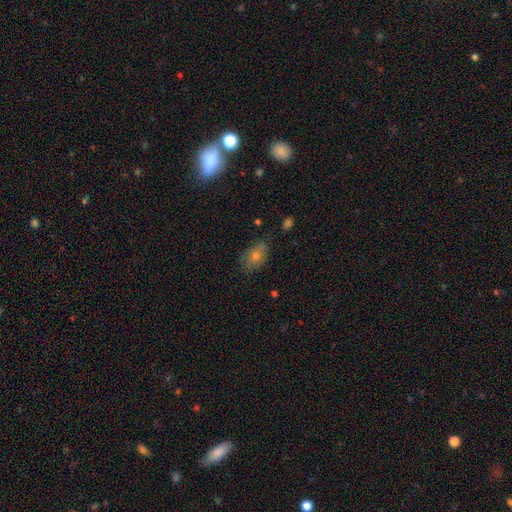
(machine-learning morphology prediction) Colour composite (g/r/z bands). It shows a smooth galaxy with no disk features (60%) that is in between round and cigar-shaped (81%). Merging: none (74%).